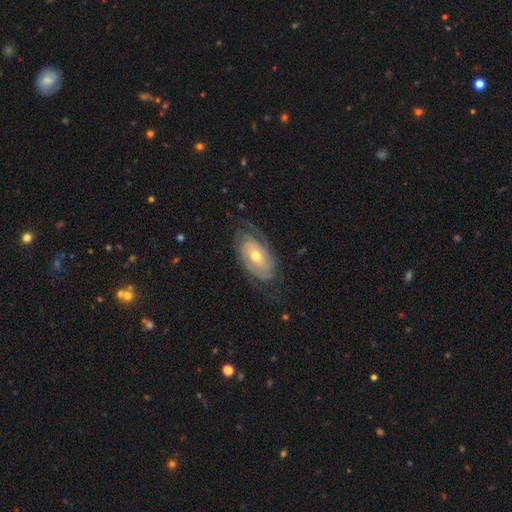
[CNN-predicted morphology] This is clearly a featured or disk galaxy (80%). It is clearly not viewed edge-on (94%). Bar: likely no (72%). Spiral arm pattern: clearly yes (91%). Spiral arm count: marginally 2 (38%). Spiral winding: likely tight (67%). Central bulge: possibly moderate (58%). Merging: likely none (69%).